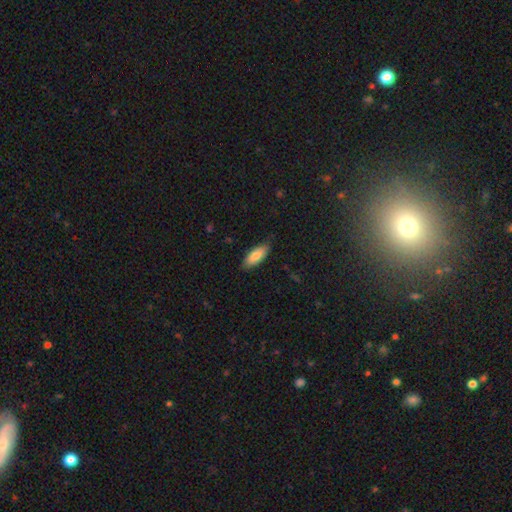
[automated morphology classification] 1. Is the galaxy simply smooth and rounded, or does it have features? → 81% smooth, 13% featured or disk, 6% star or artifact.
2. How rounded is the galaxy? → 79% in between, 19% cigar-shaped, 2% round.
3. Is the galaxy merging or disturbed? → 80% none, 16% minor disturbance, 3% major disturbance, 1% merger.